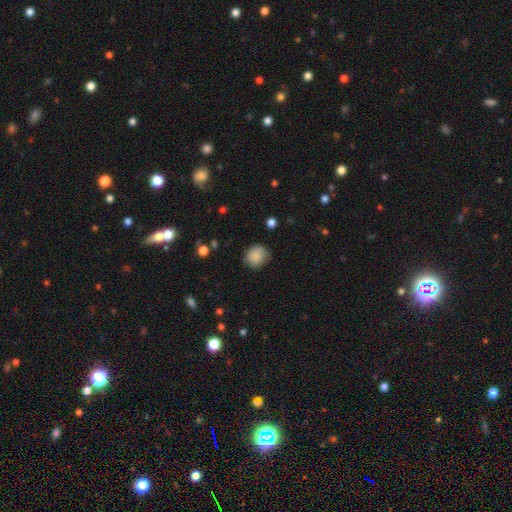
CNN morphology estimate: This is clearly a smooth galaxy (86%). How rounded: likely round (74%). Merging: likely none (75%).